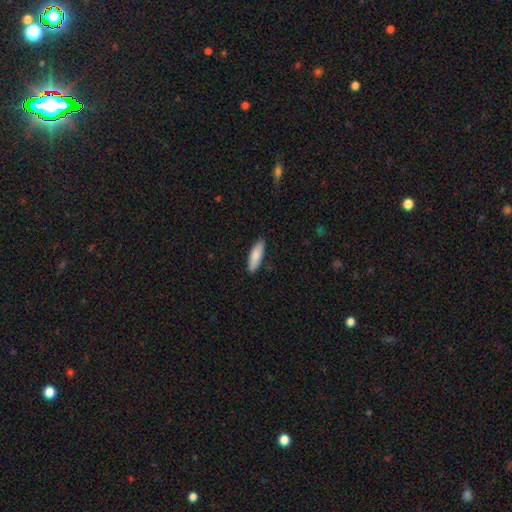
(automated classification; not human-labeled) This appears to be a smooth galaxy with no disk features (86%) that is in between round and cigar-shaped (53%). Merging: none (86%).